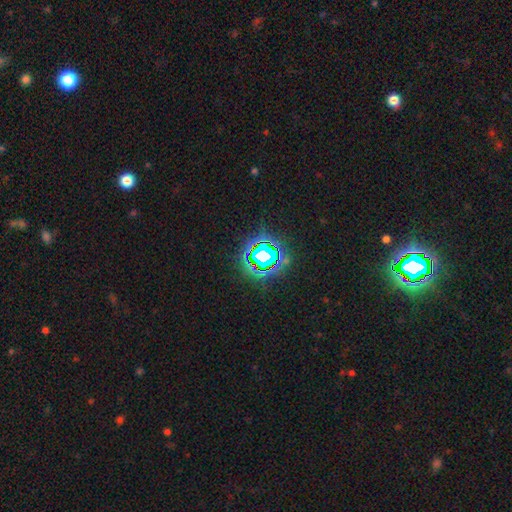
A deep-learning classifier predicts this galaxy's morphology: Smooth or featured?
  - star or artifact: 71% *
  - smooth: 17%
  - featured or disk: 12%